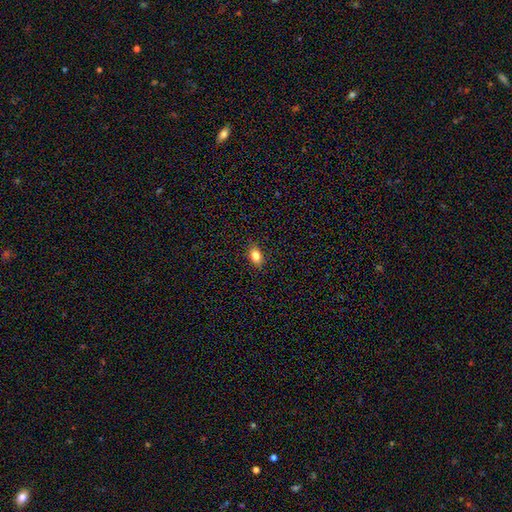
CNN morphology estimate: A smooth galaxy with no disk features (83%) that is in between round and cigar-shaped (84%).

Vote fractions:
- Smooth or featured? smooth: 83% / star or artifact: 9% / featured or disk: 8%
- How rounded? in between: 84% / round: 13% / cigar-shaped: 3%
- Merging? none: 88% / minor disturbance: 9% / major disturbance: 2% / merger: 1%